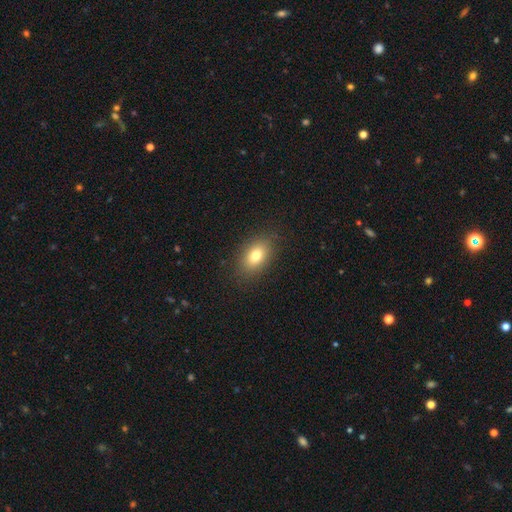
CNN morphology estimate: A smooth galaxy with no disk features (78%) that is in between round and cigar-shaped (84%).

Vote fractions:
- Smooth or featured? smooth: 78% / featured or disk: 12% / star or artifact: 10%
- How rounded? in between: 84% / round: 13% / cigar-shaped: 2%
- Merging? none: 86% / minor disturbance: 9% / major disturbance: 3% / merger: 1%